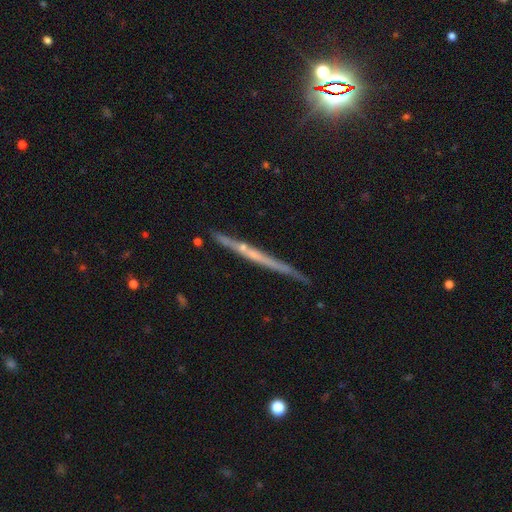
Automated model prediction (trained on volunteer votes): Smooth or featured? Predicted: featured or disk (p=0.67). Edge-on disk? Predicted: yes (p=0.97). Edge-on bulge? Predicted: none (p=0.76). Merging? Predicted: none (p=0.83).